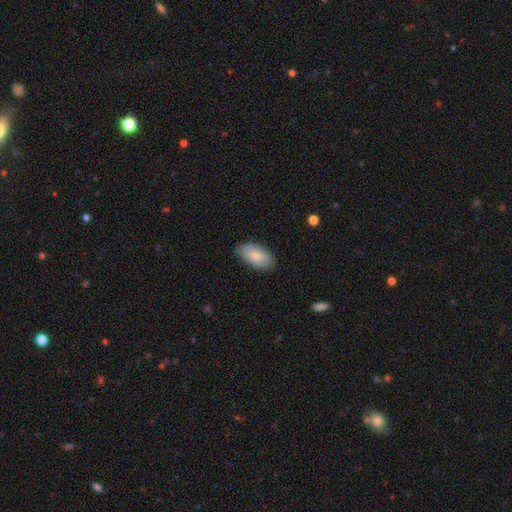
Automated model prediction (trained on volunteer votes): Smooth or featured? smooth (80%)
How rounded? in between (94%)
Merging? none (83%)